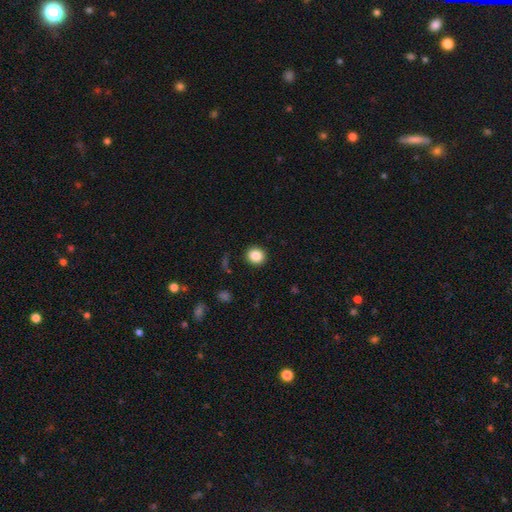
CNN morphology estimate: A smooth galaxy with no disk features (86%) that is round (86%).

Vote fractions:
- Smooth or featured? smooth: 86% / star or artifact: 10% / featured or disk: 5%
- How rounded? round: 86% / in between: 13% / cigar-shaped: 1%
- Merging? none: 91% / minor disturbance: 6% / major disturbance: 2% / merger: 1%